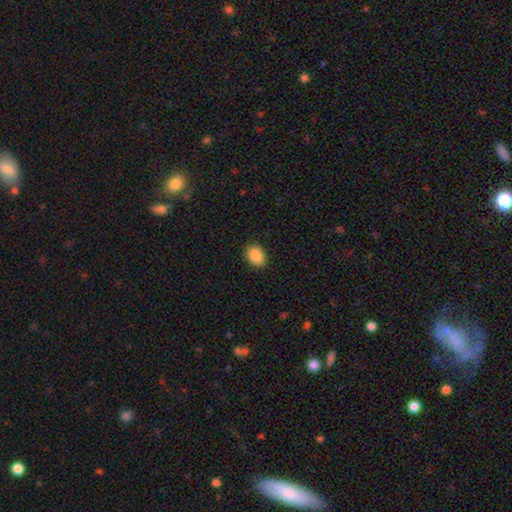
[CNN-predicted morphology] Smooth or featured?
  - smooth: 89% *
  - star or artifact: 8%
  - featured or disk: 3%
How rounded?
  - in between: 75% *
  - round: 24%
  - cigar-shaped: 1%
Merging?
  - none: 89% *
  - minor disturbance: 8%
  - major disturbance: 2%
  - merger: 1%